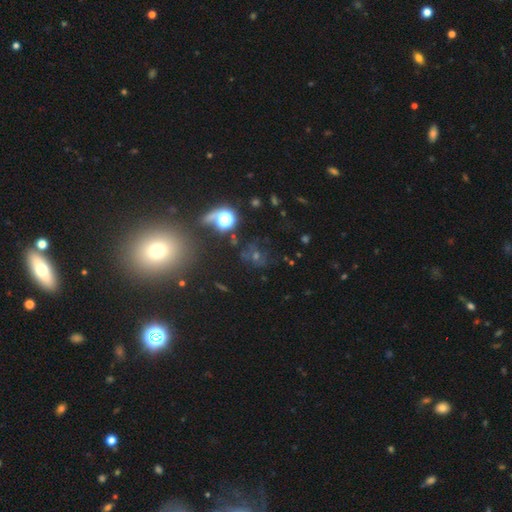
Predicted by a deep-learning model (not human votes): star or artifact 53%, smooth 32%, featured or disk 15%.